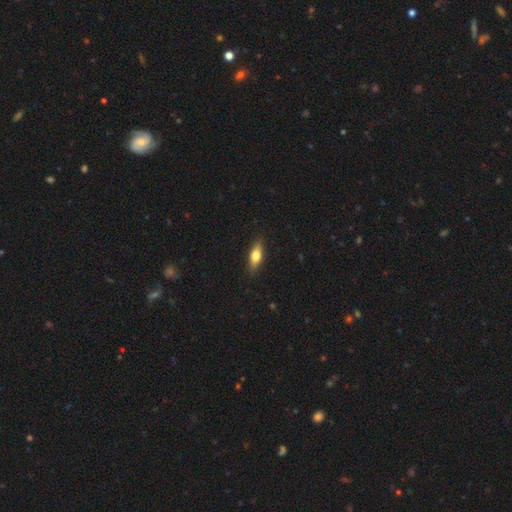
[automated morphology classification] This is likely a smooth galaxy (63%). How rounded: likely in between (64%). Merging: clearly none (87%).